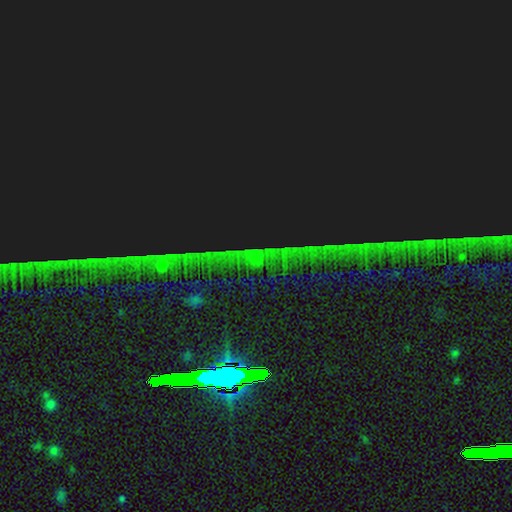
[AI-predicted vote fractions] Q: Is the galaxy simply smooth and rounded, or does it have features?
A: star or artifact — 85%.